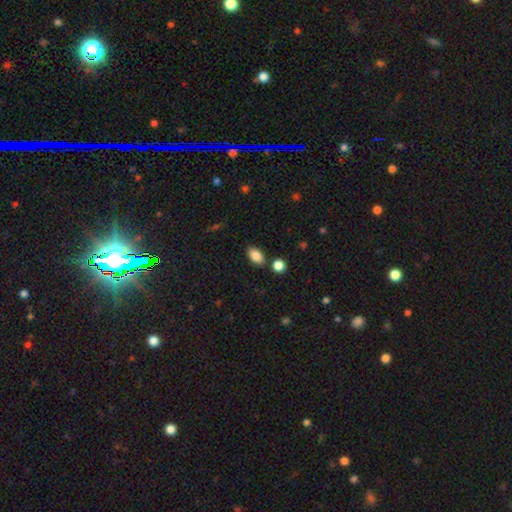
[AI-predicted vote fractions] Smooth or featured? smooth (86%)
How rounded? in between (91%)
Merging? none (82%)